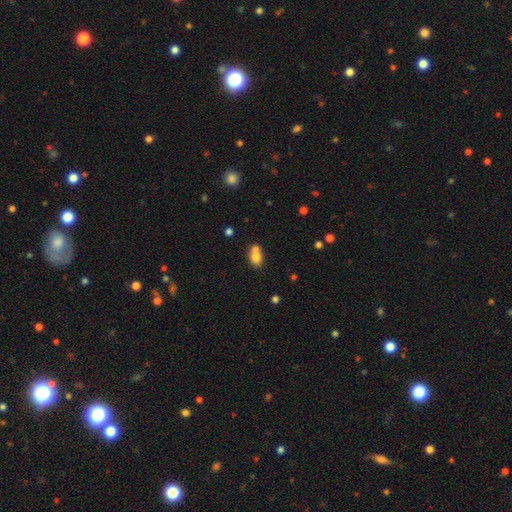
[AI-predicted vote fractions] smooth 76%, featured or disk 14%, star or artifact 11%. Down the decision tree: how rounded — in between (62%); merging — merger (51%).